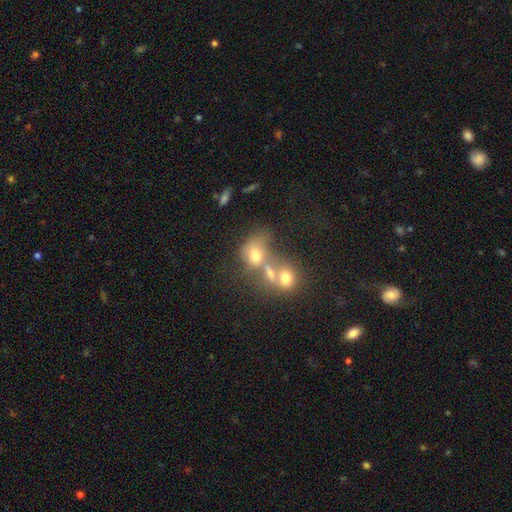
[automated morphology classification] This is likely a smooth galaxy (63%). How rounded: possibly in between (51%). Merging: possibly merger (57%).